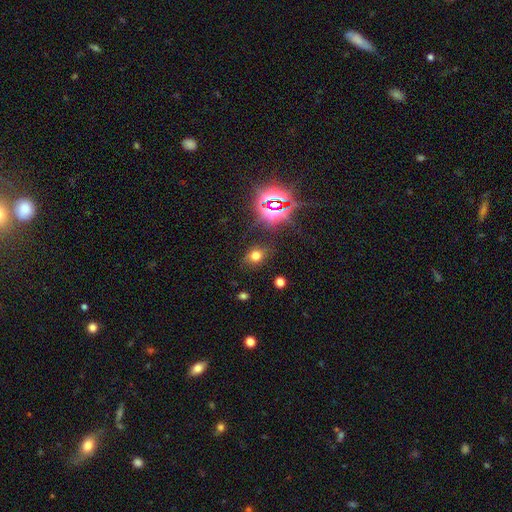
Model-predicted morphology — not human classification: Q: Smooth or featured?
A: smooth (64%); runner-up: star or artifact (27%)
Q: How rounded?
A: round (51%); runner-up: in between (47%)
Q: Merging?
A: none (81%); runner-up: minor disturbance (12%)